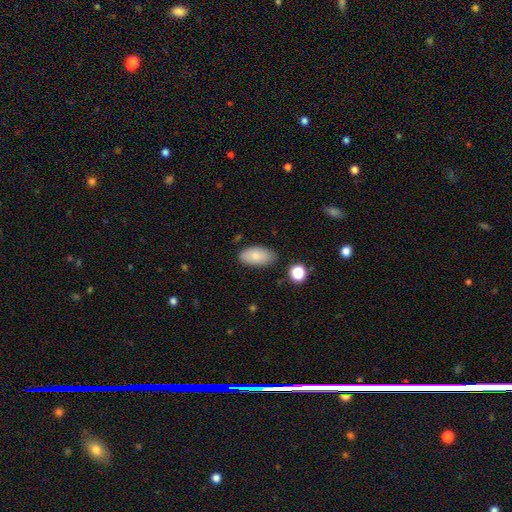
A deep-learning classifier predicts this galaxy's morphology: Smooth or featured? Predicted: smooth (p=0.81). How rounded? Predicted: in between (p=0.94). Merging? Predicted: none (p=0.80).